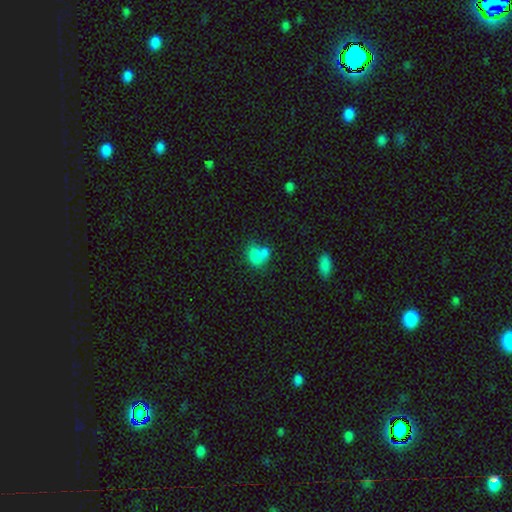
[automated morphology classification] type=smooth (76%); roundness=in between (68%); merging=merger (51%).